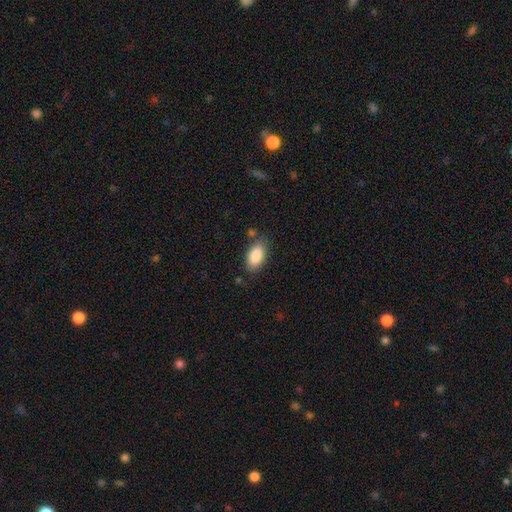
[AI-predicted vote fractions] Smooth or featured? smooth (88%)
How rounded? in between (93%)
Merging? none (79%)